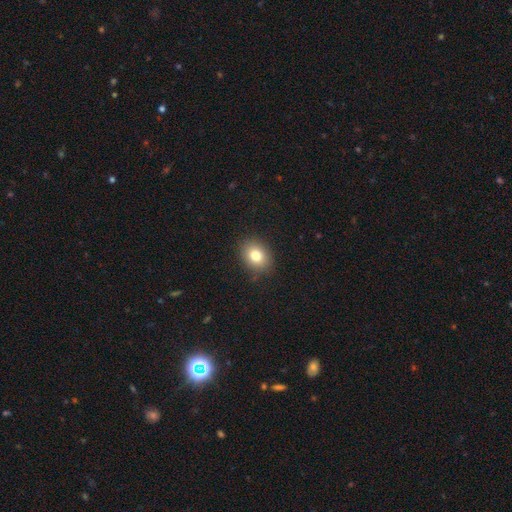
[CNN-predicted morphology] Overall: smooth (79%). How rounded: in between (51%; round 48%). Merging: none (86%).